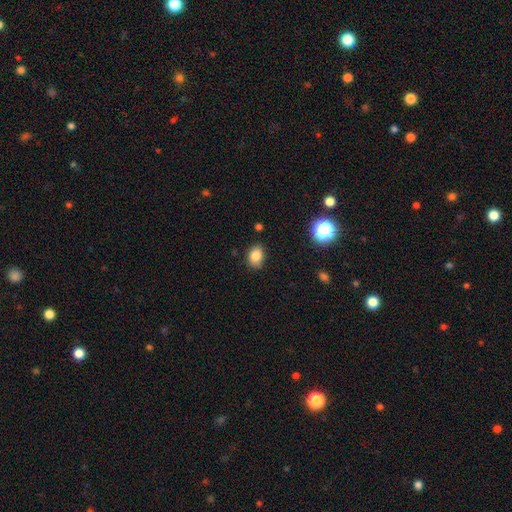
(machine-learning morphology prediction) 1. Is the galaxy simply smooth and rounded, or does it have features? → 83% smooth, 11% star or artifact, 6% featured or disk.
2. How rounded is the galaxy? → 70% in between, 29% round, 1% cigar-shaped.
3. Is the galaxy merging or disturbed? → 80% none, 15% minor disturbance, 3% major disturbance, 2% merger.